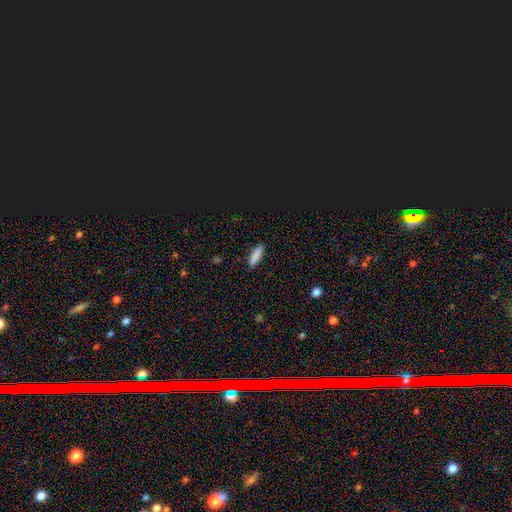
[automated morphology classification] Smooth or featured? Predicted: smooth (p=0.86). How rounded? Predicted: cigar-shaped (p=0.64). Merging? Predicted: none (p=0.89).